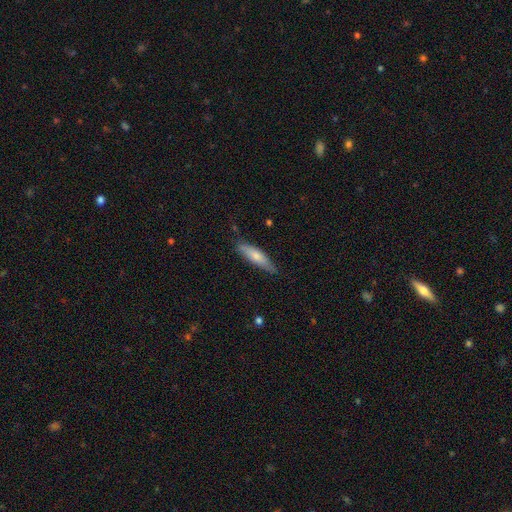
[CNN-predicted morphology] Smooth or featured: smooth — 69% (featured or disk — 25%)
How rounded: cigar-shaped — 67% (in between — 31%)
Merging: none — 77% (minor disturbance — 18%)